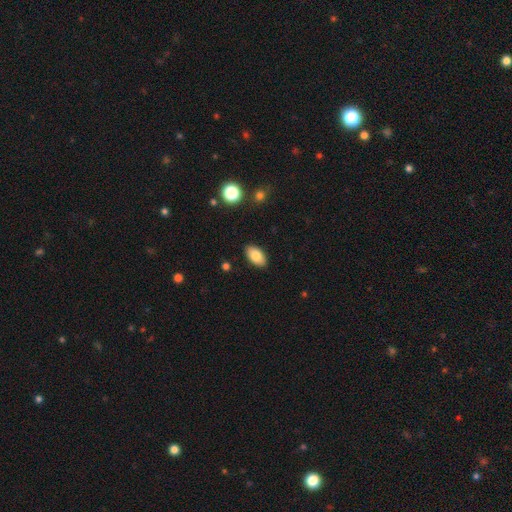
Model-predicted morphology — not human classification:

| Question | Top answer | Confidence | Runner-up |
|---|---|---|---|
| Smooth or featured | smooth | 84% | featured or disk (9%) |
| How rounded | in between | 94% | round (4%) |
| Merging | none | 88% | minor disturbance (8%) |